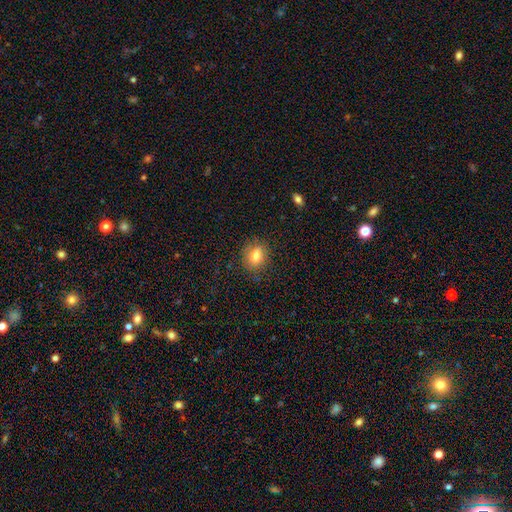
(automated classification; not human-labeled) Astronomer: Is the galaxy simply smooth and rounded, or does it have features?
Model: smooth — 79%.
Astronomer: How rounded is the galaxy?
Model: in between — 59% (runner-up: round, 40%).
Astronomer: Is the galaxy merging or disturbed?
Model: none — 81%.